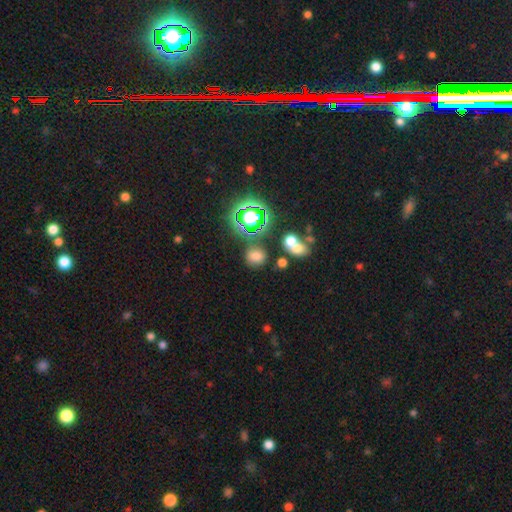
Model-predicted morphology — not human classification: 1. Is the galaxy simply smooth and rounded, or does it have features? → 63% smooth, 28% star or artifact, 10% featured or disk.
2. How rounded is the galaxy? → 68% round, 30% in between, 2% cigar-shaped.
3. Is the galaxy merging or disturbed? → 70% none, 13% minor disturbance, 12% merger, 6% major disturbance.